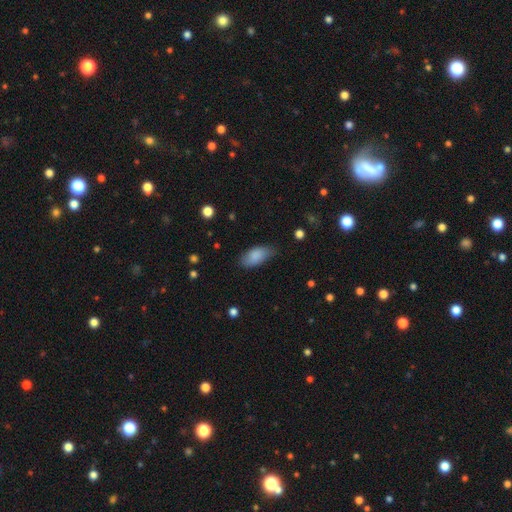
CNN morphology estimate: This is clearly a smooth galaxy (86%). How rounded: clearly in between (92%). Merging: likely none (68%).